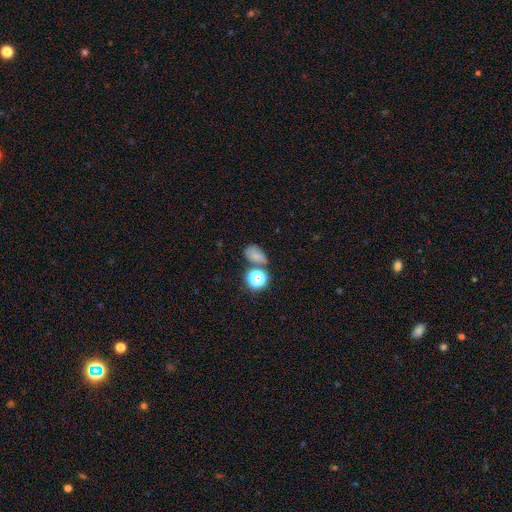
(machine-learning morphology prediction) Smooth or featured? Predicted: smooth (p=0.62). How rounded? Predicted: in between (p=0.69). Merging? Predicted: none (p=0.56).